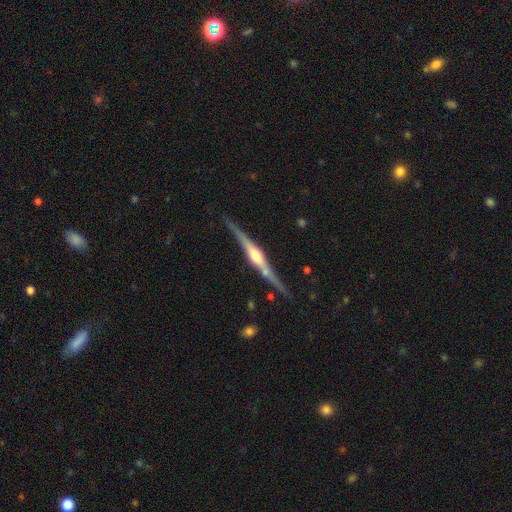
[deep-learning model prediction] Overall: featured or disk (83%). Edge-on disk: yes (98%). Edge-on bulge: rounded (89%). Merging: none (84%).